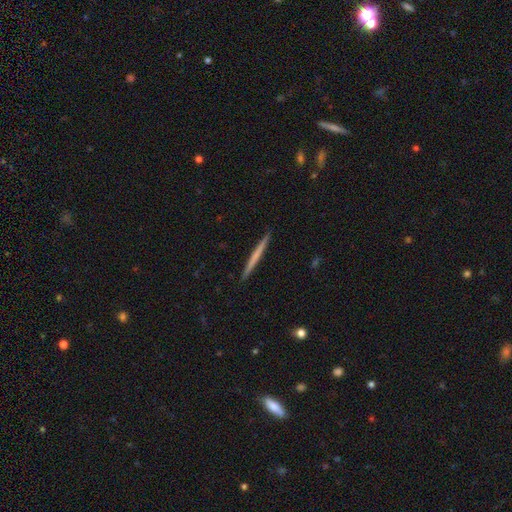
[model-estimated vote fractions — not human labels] smooth 52%, featured or disk 43%, star or artifact 5%. Down the decision tree: how rounded — cigar-shaped (97%); merging — none (93%).